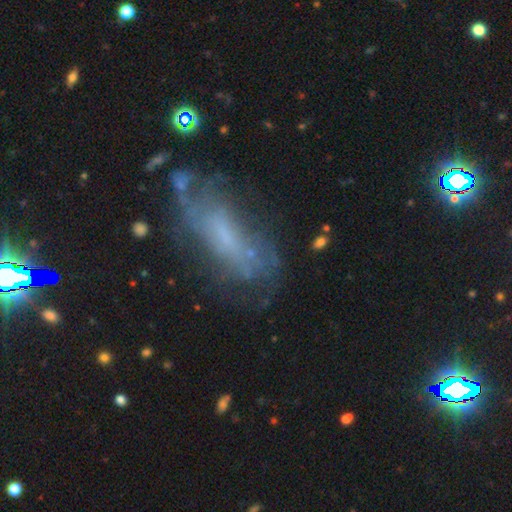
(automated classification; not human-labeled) Smooth or featured?
  - featured or disk: 51% *
  - smooth: 36%
  - star or artifact: 12%
Edge-on disk?
  - no: 83% *
  - yes: 17%
Merging?
  - none: 47% *
  - minor disturbance: 23%
  - major disturbance: 22%
  - merger: 8%